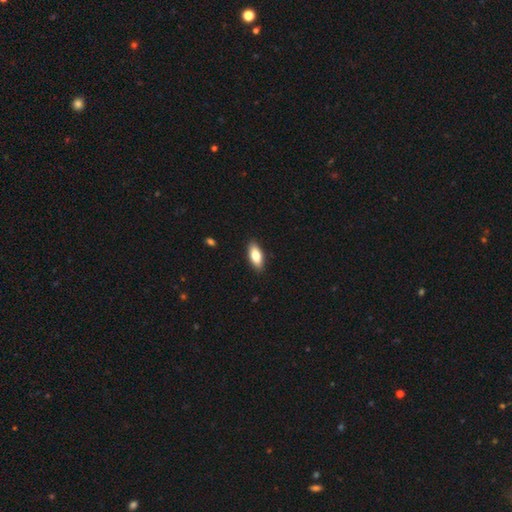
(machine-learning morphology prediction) Smooth or featured? smooth (82%)
How rounded? in between (83%)
Merging? none (89%)